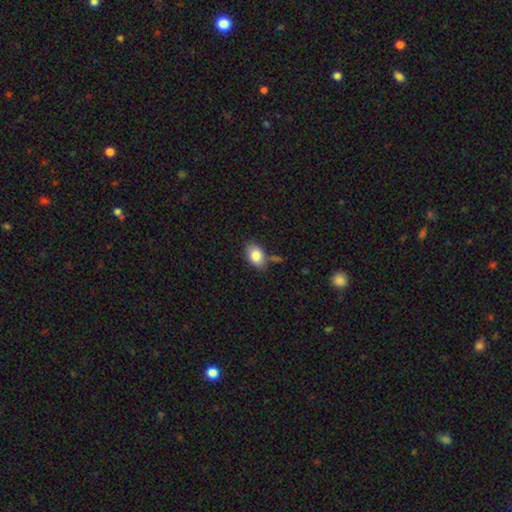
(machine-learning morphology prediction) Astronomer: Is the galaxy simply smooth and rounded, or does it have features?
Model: smooth — 83%.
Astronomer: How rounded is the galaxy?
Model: in between — 86%.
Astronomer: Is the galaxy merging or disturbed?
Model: none — 66%.